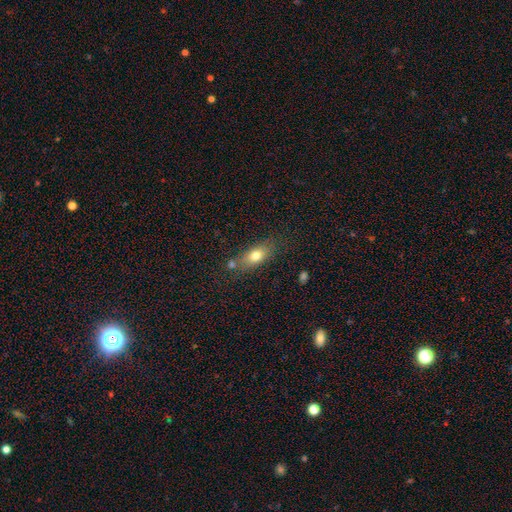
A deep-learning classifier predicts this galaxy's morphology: This is likely a smooth galaxy (74%). How rounded: likely in between (75%). Merging: likely none (68%).